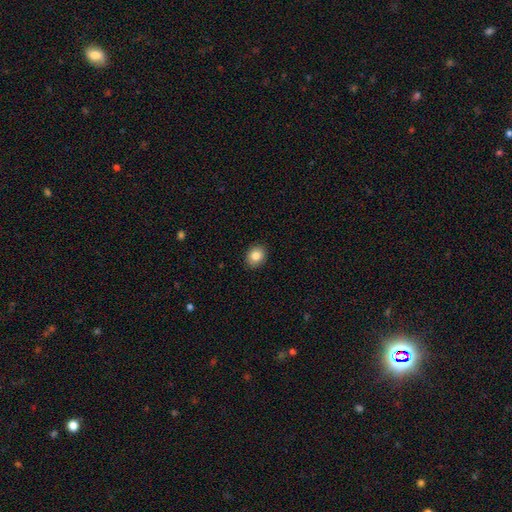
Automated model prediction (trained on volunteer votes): smooth 84%, star or artifact 9%, featured or disk 7%. Down the decision tree: how rounded — round (58%); merging — none (91%).